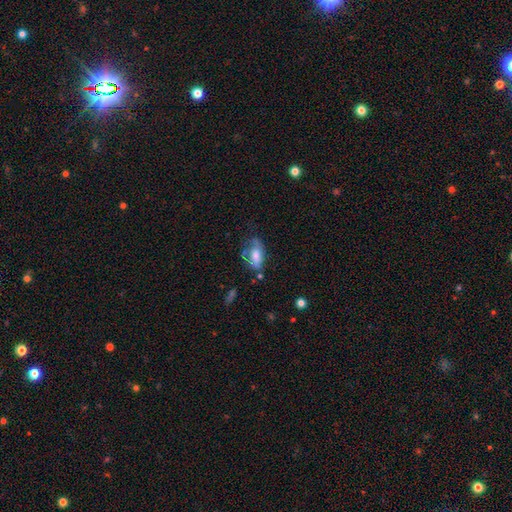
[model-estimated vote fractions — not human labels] smooth-or-featured: smooth: 56% | featured or disk: 36% | star or artifact: 8%
  how-rounded: in between: 89% | round: 6% | cigar-shaped: 5%
  merging: none: 37% | minor disturbance: 31% | major disturbance: 25% | merger: 6%